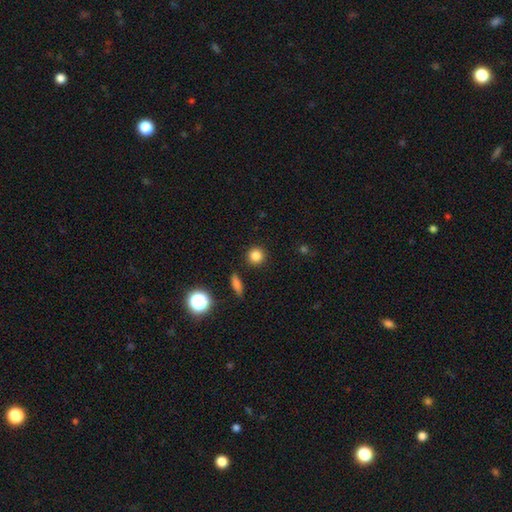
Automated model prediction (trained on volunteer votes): smooth 83%, star or artifact 12%, featured or disk 5%. Down the decision tree: how rounded — round (92%); merging — none (90%).